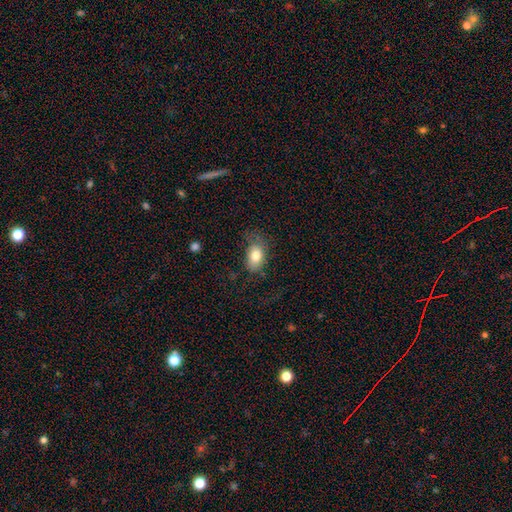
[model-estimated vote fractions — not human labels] Morphology: type=smooth (80%); roundness=in between (85%); merging=none (58%).